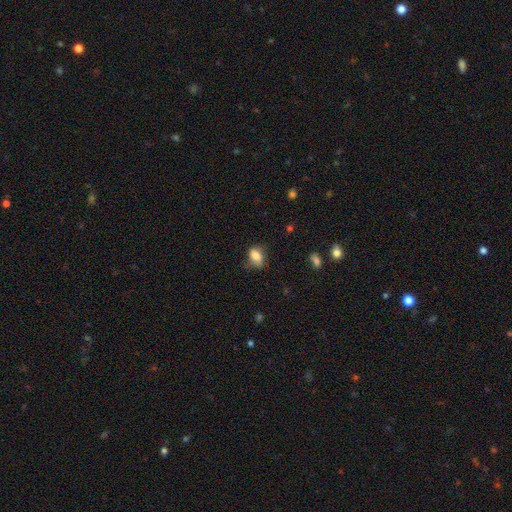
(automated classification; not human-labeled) smooth-or-featured: smooth: 81% | featured or disk: 10% | star or artifact: 9%
  how-rounded: in between: 75% | round: 24% | cigar-shaped: 2%
  merging: none: 62% | minor disturbance: 28% | major disturbance: 9% | merger: 2%